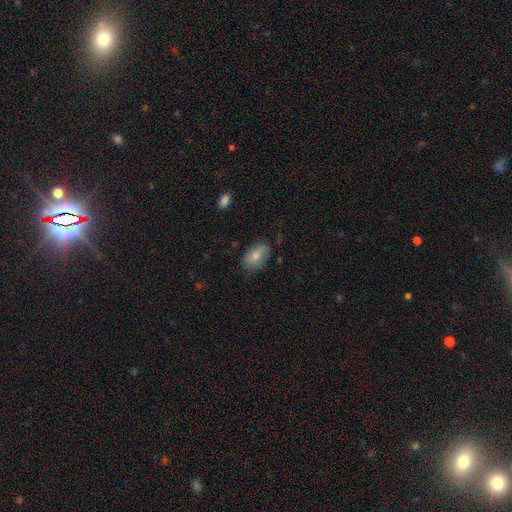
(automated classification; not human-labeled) Q: Smooth or featured?
A: smooth (79%); runner-up: featured or disk (14%)
Q: How rounded?
A: in between (90%); runner-up: round (8%)
Q: Merging?
A: none (72%); runner-up: minor disturbance (22%)